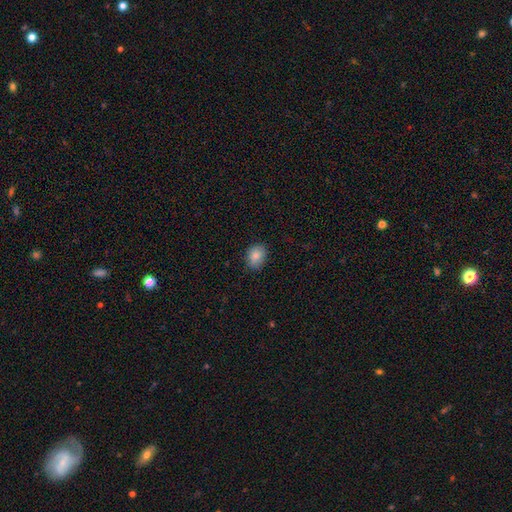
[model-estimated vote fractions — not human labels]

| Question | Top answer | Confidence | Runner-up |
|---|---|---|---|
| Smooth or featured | smooth | 85% | star or artifact (9%) |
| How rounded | in between | 57% | round (42%) |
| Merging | none | 83% | minor disturbance (13%) |